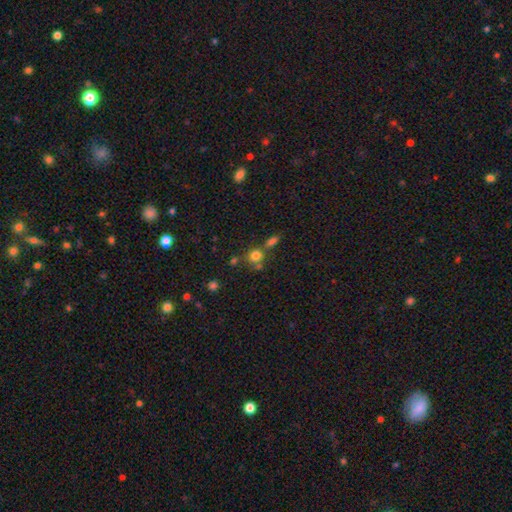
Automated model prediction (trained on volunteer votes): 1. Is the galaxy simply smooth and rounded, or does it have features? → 77% smooth, 15% star or artifact, 8% featured or disk.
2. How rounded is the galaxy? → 83% round, 16% in between, 1% cigar-shaped.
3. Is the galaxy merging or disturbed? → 58% none, 27% merger, 11% minor disturbance, 5% major disturbance.